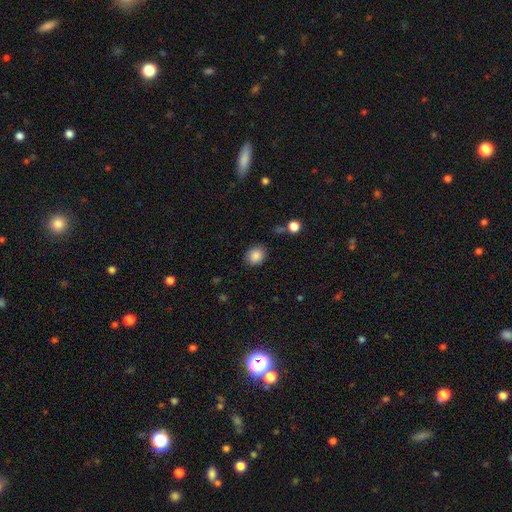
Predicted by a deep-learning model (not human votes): Q: Smooth or featured?
A: smooth (87%); runner-up: star or artifact (9%)
Q: How rounded?
A: round (63%); runner-up: in between (36%)
Q: Merging?
A: none (83%); runner-up: minor disturbance (11%)